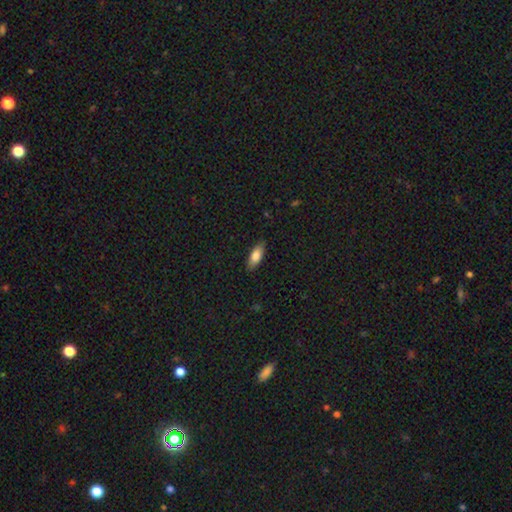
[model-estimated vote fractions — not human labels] Smooth or featured? Predicted: smooth (p=0.80). How rounded? Predicted: in between (p=0.73). Merging? Predicted: none (p=0.85).